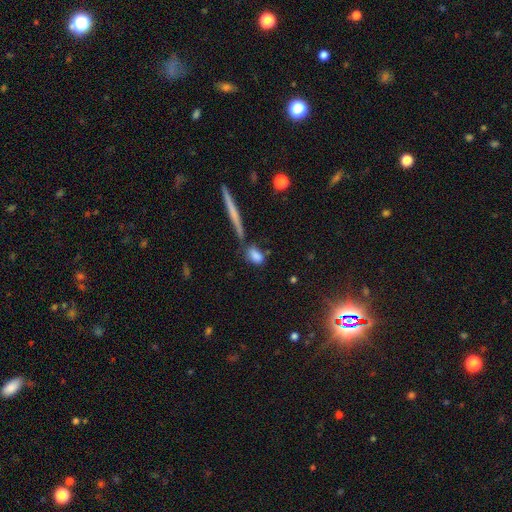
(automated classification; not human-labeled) Smooth or featured? smooth (81%)
How rounded? in between (71%)
Merging? none (54%)